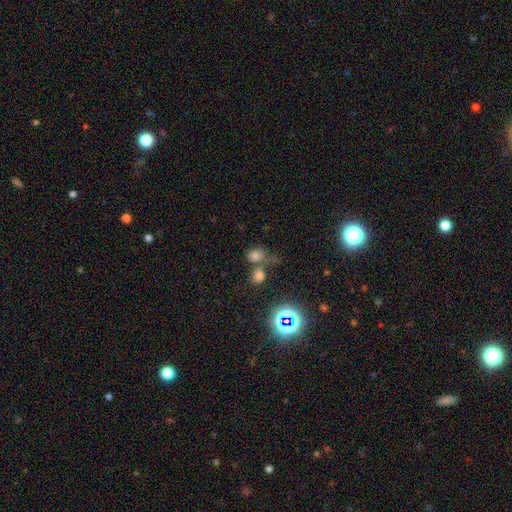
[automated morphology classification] A smooth galaxy with no disk features (68%) that is in between round and cigar-shaped (51%).

Vote fractions:
- Smooth or featured? smooth: 68% / star or artifact: 22% / featured or disk: 10%
- How rounded? in between: 51% / round: 47% / cigar-shaped: 2%
- Merging? none: 42% / merger: 39% / minor disturbance: 11% / major disturbance: 7%